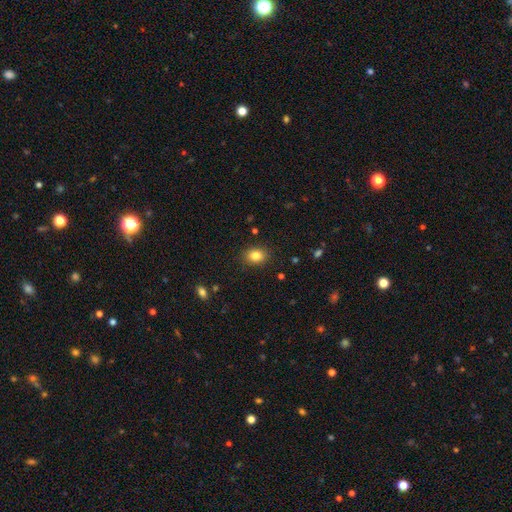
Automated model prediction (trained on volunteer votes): smooth 84%, star or artifact 10%, featured or disk 6%. Down the decision tree: how rounded — in between (60%); merging — none (87%).